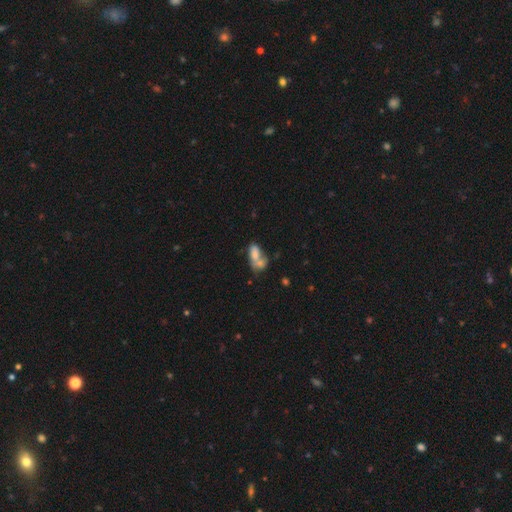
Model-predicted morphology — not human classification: Smooth or featured? Predicted: smooth (p=0.71). How rounded? Predicted: in between (p=0.87). Merging? Predicted: merger (p=0.64).